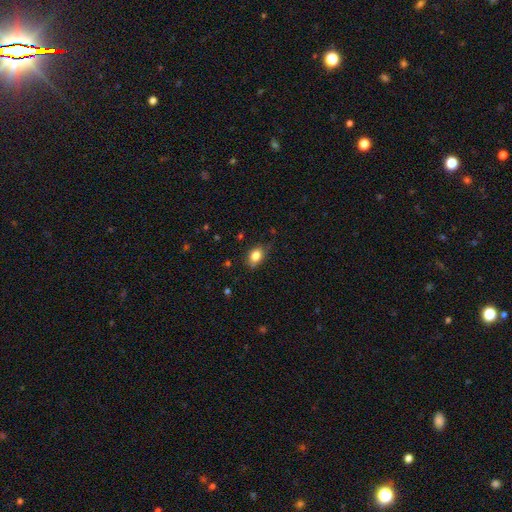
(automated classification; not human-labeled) Smooth or featured? smooth (84%)
How rounded? in between (76%)
Merging? none (75%)